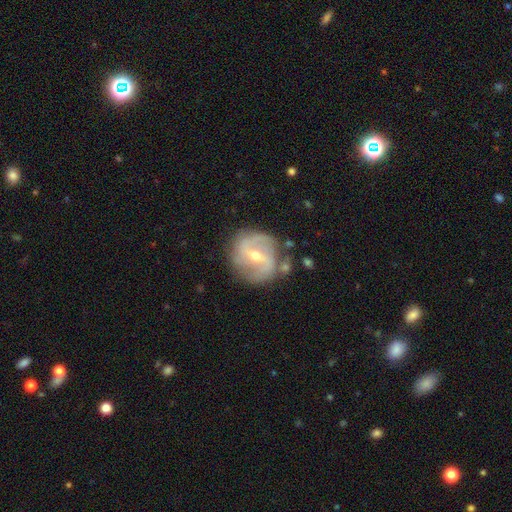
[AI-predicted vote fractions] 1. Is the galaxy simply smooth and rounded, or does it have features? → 80% featured or disk, 14% smooth, 6% star or artifact.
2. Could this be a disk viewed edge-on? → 97% no, 3% yes.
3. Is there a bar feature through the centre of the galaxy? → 43% weak, 31% strong, 26% no.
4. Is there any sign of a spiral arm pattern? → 89% yes, 11% no.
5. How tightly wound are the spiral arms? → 45% medium, 28% loose, 26% tight.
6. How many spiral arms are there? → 80% 2, 9% can't tell, 5% 3, 2% 1, 2% 4, 2% more than 4.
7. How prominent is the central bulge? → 52% small, 45% moderate, 1% large, 1% none, 1% dominant.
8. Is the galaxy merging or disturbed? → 76% none, 15% minor disturbance, 5% major disturbance, 5% merger.